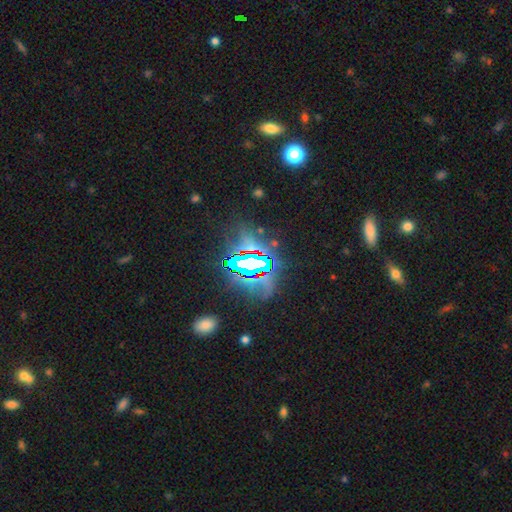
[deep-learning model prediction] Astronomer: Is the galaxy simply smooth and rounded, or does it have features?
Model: star or artifact — 75%.